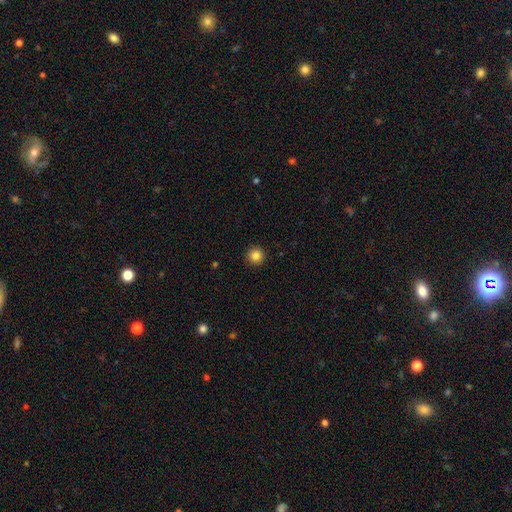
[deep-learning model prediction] Smooth or featured?
  - smooth: 84% *
  - star or artifact: 11%
  - featured or disk: 5%
How rounded?
  - round: 96% *
  - in between: 3%
  - cigar-shaped: 1%
Merging?
  - none: 93% *
  - minor disturbance: 4%
  - major disturbance: 1%
  - merger: 1%